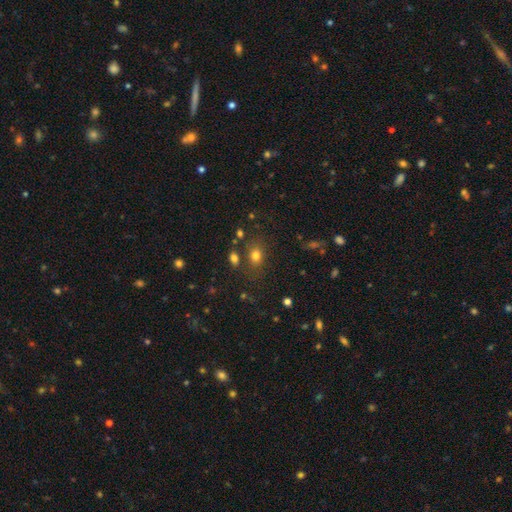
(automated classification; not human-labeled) This is likely a smooth galaxy (76%). How rounded: possibly in between (59%). Merging: likely none (73%).